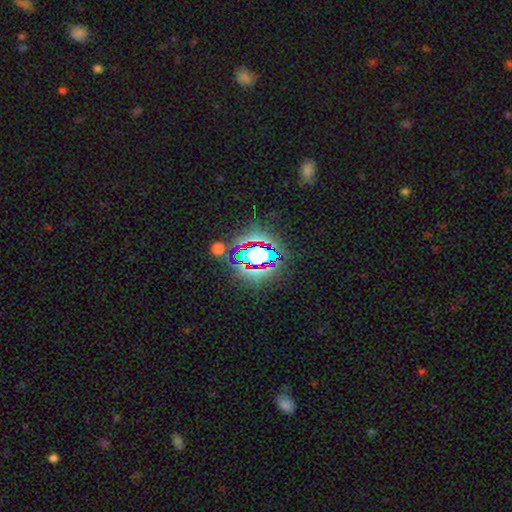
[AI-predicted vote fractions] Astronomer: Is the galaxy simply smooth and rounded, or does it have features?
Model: star or artifact — 68%.